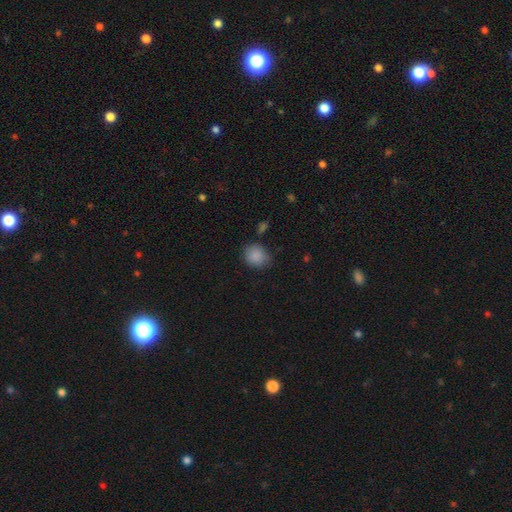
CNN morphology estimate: smooth_or_featured: smooth (p=0.87) [alt: star or artifact p=0.08]
how_rounded: round (p=0.71) [alt: in between p=0.28]
merging: none (p=0.74) [alt: minor disturbance p=0.18]